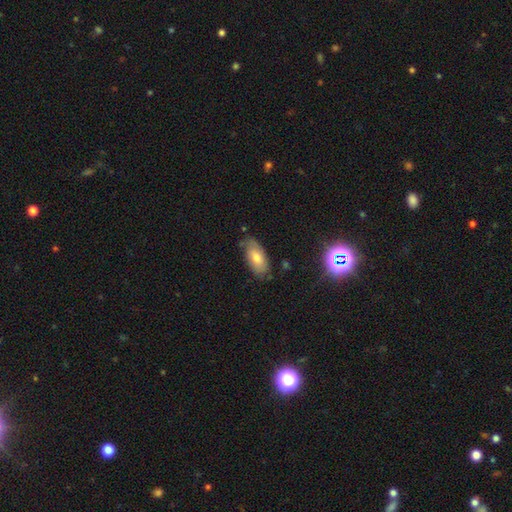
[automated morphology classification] A smooth galaxy with no disk features (56%) that is in between round and cigar-shaped (89%).

Vote fractions:
- Smooth or featured? smooth: 56% / featured or disk: 28% / star or artifact: 15%
- How rounded? in between: 89% / cigar-shaped: 7% / round: 4%
- Merging? none: 71% / minor disturbance: 22% / major disturbance: 5% / merger: 2%